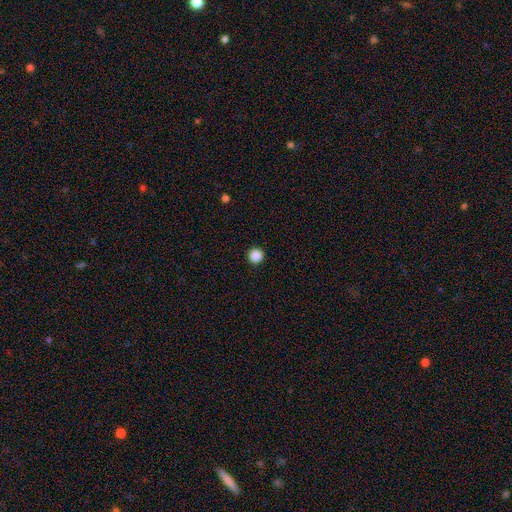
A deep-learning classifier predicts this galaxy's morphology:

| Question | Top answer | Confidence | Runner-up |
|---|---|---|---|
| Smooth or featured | smooth | 88% | star or artifact (10%) |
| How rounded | round | 96% | in between (3%) |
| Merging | none | 94% | minor disturbance (4%) |